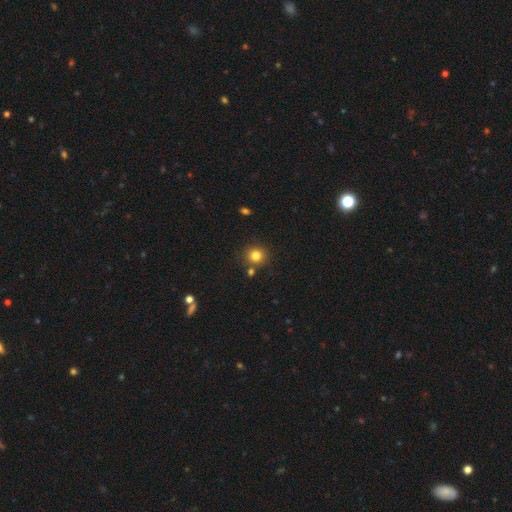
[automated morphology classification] smooth_or_featured: smooth (p=0.81) [alt: star or artifact p=0.13]
how_rounded: round (p=0.91) [alt: in between p=0.08]
merging: none (p=0.82) [alt: minor disturbance p=0.08]